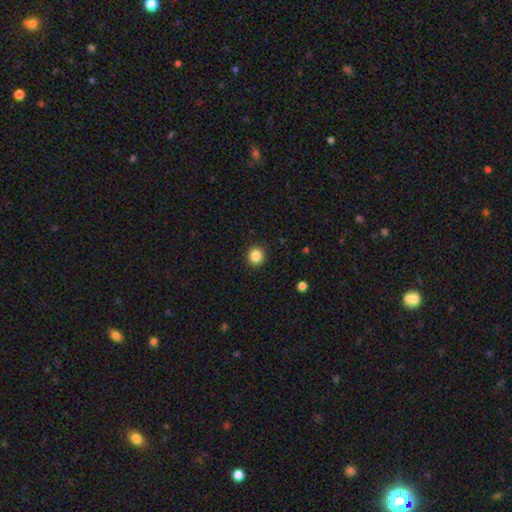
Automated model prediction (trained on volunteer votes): The model was most divided on "smooth or featured": smooth: 86%, star or artifact: 10%, featured or disk: 4%. More confident: how rounded — round (92%); merging — none (92%).